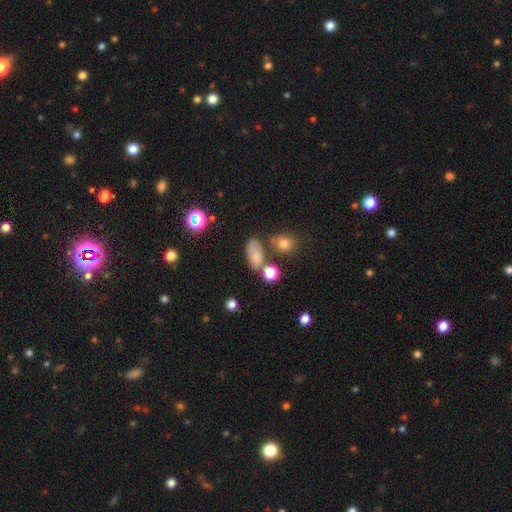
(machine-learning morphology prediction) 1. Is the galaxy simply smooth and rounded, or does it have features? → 75% smooth, 15% star or artifact, 11% featured or disk.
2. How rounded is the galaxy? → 85% in between, 10% round, 5% cigar-shaped.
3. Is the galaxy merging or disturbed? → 58% none, 19% minor disturbance, 15% merger, 8% major disturbance.